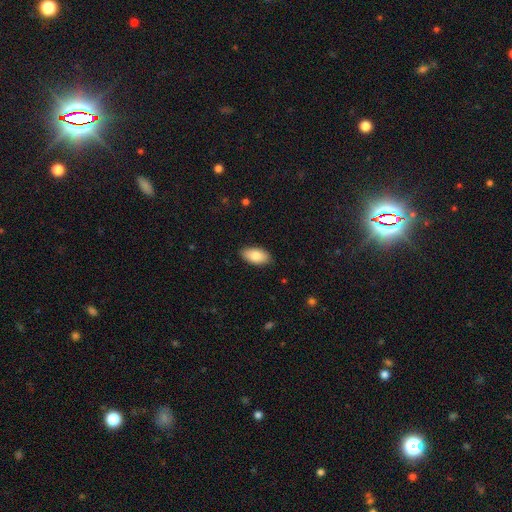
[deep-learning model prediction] Overall: smooth (85%). How rounded: in between (94%). Merging: none (88%).